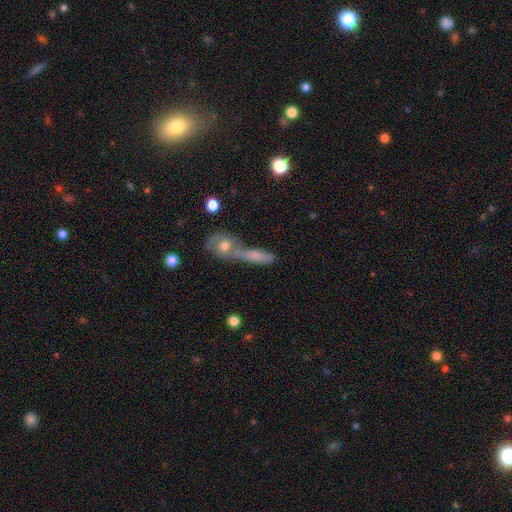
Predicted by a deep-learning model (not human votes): Overall: smooth (67%). How rounded: cigar-shaped (51%; in between 38%). Merging: merger (54%; none 30%).